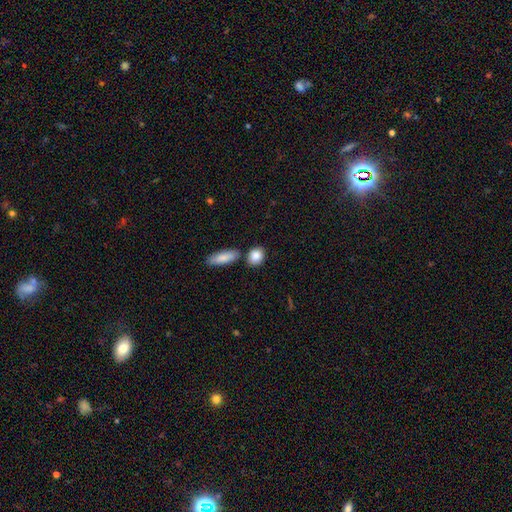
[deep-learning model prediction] This is clearly a smooth galaxy (87%). How rounded: possibly round (49%). Merging: likely none (72%).